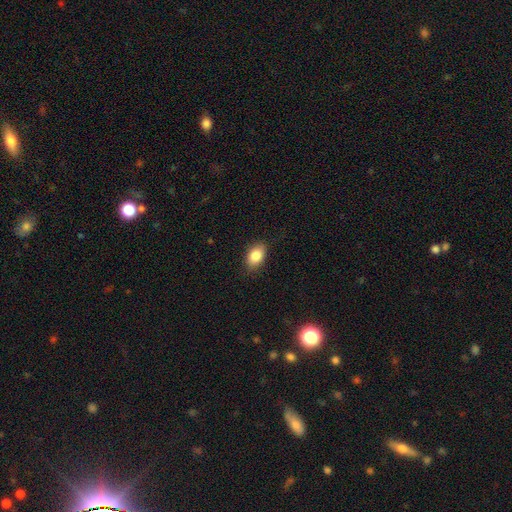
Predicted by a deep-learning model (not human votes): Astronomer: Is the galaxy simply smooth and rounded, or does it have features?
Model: smooth — 84%.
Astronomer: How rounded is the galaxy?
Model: in between — 85%.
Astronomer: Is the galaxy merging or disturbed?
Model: none — 85%.